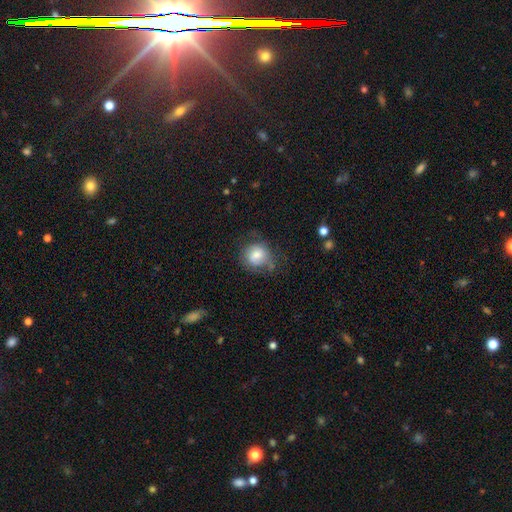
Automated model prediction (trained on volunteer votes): Smooth or featured? Predicted: smooth (p=0.71). How rounded? Predicted: round (p=0.77). Merging? Predicted: none (p=0.55).